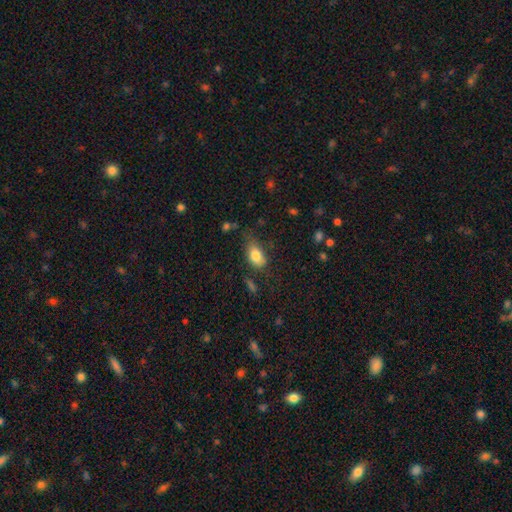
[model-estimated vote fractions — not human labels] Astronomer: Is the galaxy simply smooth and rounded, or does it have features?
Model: smooth — 81%.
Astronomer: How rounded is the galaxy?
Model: in between — 88%.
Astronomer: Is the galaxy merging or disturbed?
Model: none — 54% (runner-up: minor disturbance, 31%).